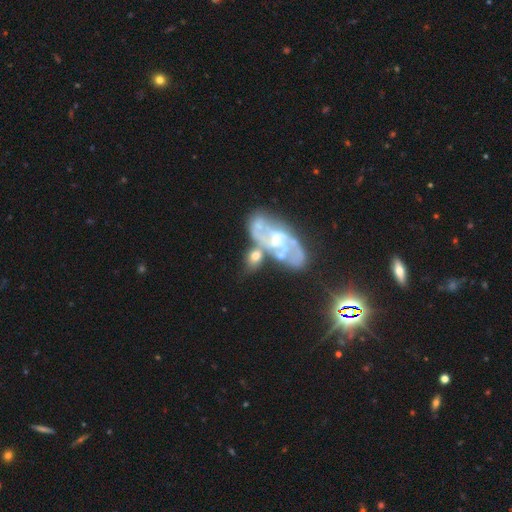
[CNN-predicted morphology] This appears to be a featured or disk galaxy (72%) with no bar (48%), 2 (59%) medium (48%) spiral arms (84%) and a small central bulge (64%). Merging: none (39%).